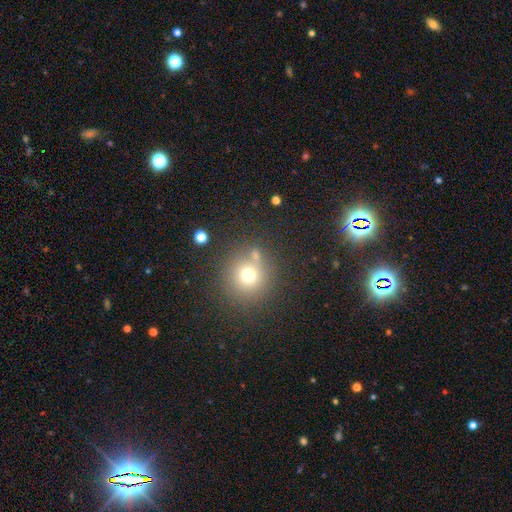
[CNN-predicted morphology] Smooth or featured? smooth (66%)
How rounded? round (92%)
Merging? none (71%)